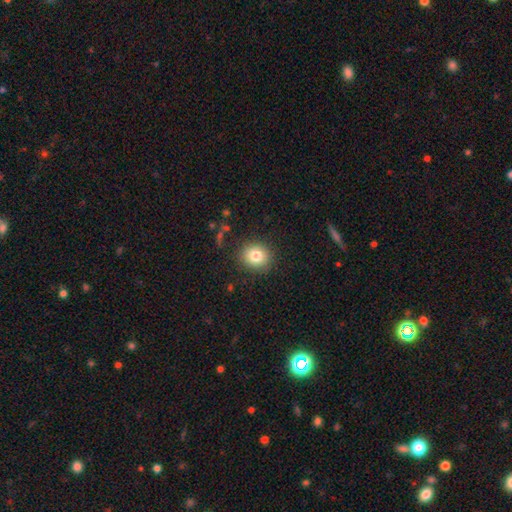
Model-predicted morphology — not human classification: smooth_or_featured: smooth (p=0.82) [alt: star or artifact p=0.10]
how_rounded: round (p=0.79) [alt: in between p=0.20]
merging: none (p=0.87) [alt: minor disturbance p=0.09]